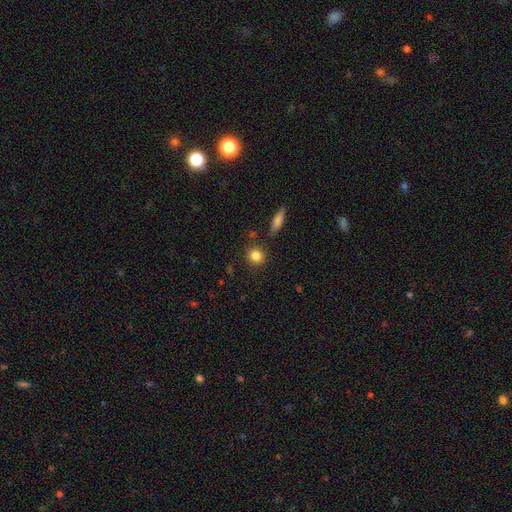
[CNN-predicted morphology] Overall: smooth (85%). How rounded: round (88%). Merging: none (85%).